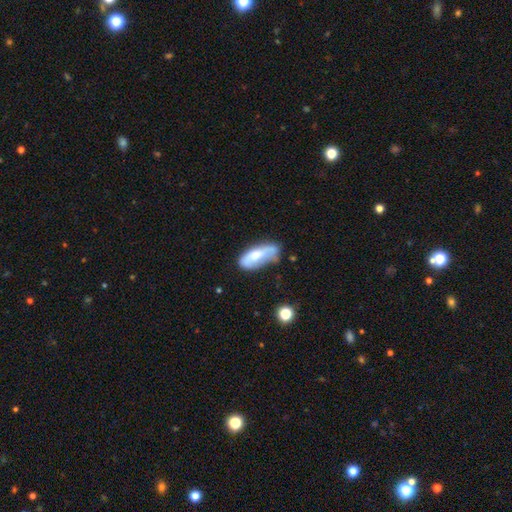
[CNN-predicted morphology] Smooth or featured? smooth (62%)
How rounded? in between (76%)
Merging? none (39%)